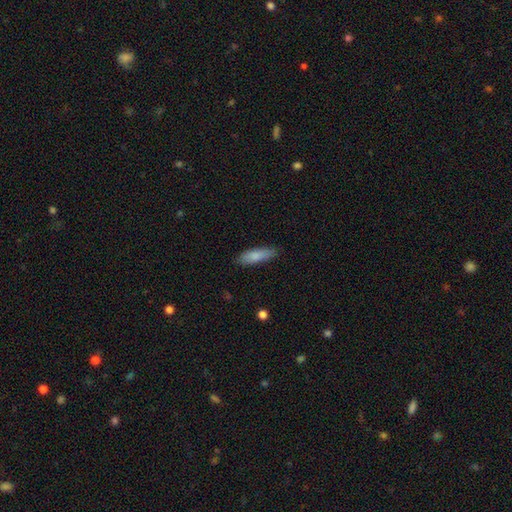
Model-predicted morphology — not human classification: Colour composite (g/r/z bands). It shows a smooth galaxy with no disk features (84%) that is cigar-shaped (60%). Merging: none (83%).